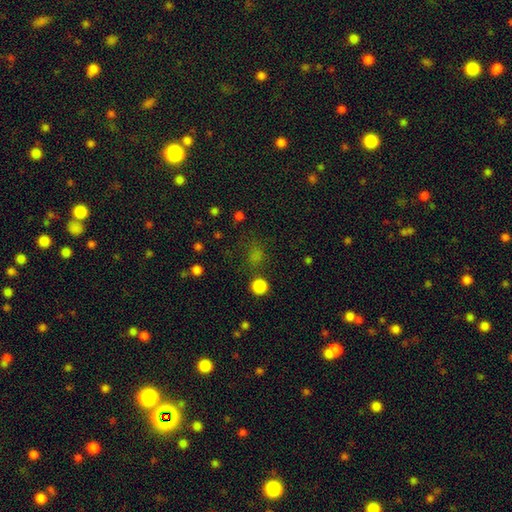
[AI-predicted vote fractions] Smooth or featured? smooth (66%)
How rounded? round (73%)
Merging? none (71%)